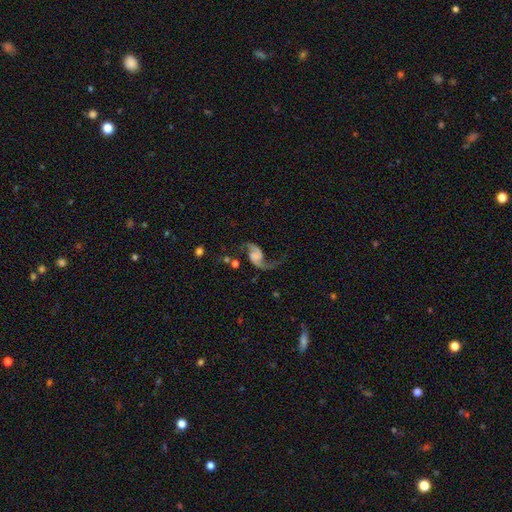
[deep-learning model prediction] Smooth or featured? featured or disk (86%)
Edge-on disk? no (98%)
Bar? no (54%)
Spiral arms? yes (96%)
Spiral winding? loose (83%)
Spiral arm count? 2 (90%)
Bulge size? none (62%)
Merging? none (60%)